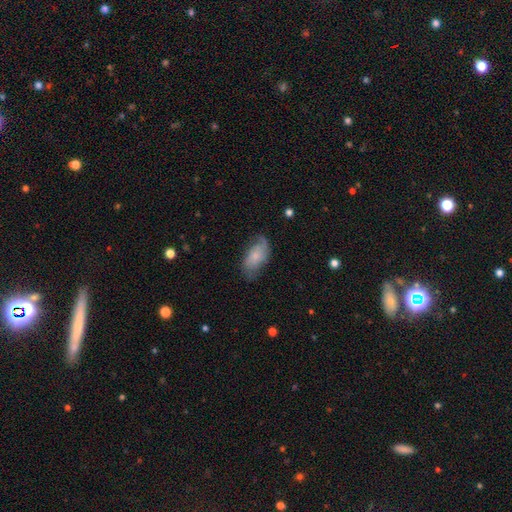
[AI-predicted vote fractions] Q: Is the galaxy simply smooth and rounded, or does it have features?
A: smooth — 54%.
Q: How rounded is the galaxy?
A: in between — 92%.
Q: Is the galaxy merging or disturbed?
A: none — 56%.